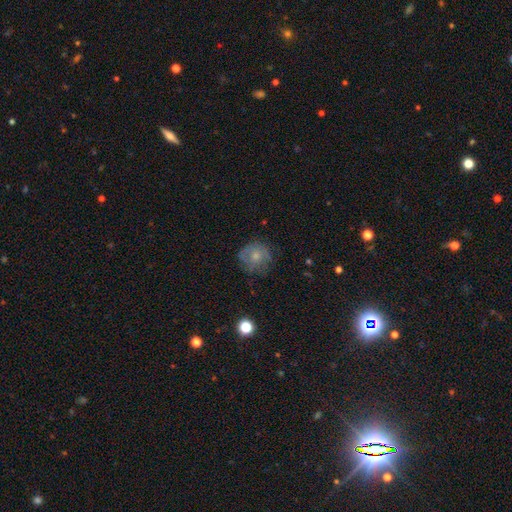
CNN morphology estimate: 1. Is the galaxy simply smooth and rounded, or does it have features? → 63% smooth, 28% featured or disk, 9% star or artifact.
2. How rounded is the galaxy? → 87% round, 12% in between, 1% cigar-shaped.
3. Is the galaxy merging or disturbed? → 65% none, 23% minor disturbance, 10% major disturbance, 2% merger.